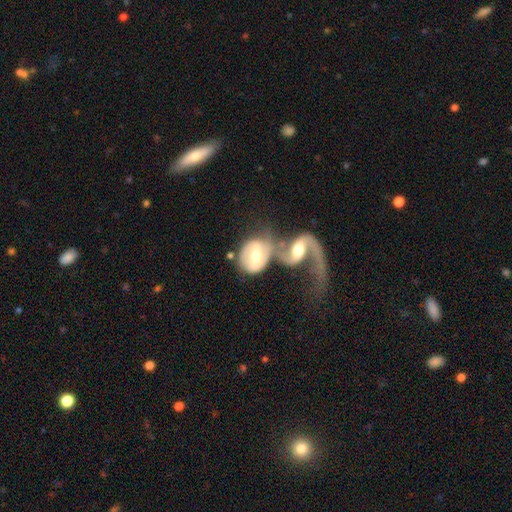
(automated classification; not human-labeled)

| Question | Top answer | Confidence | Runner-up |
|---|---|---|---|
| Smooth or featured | featured or disk | 69% | smooth (25%) |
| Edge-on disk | no | 95% | yes (5%) |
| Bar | weak | 45% | strong (34%) |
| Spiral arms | yes | 81% | no (19%) |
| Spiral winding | loose | 46% | medium (36%) |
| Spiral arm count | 2 | 67% | 1 (20%) |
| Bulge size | moderate | 70% | small (19%) |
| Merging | merger | 65% | none (18%) |